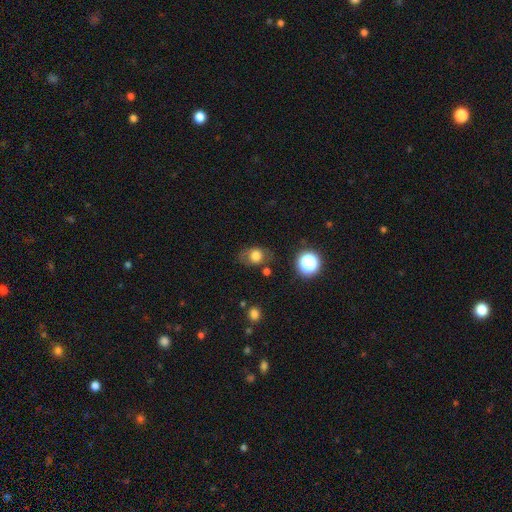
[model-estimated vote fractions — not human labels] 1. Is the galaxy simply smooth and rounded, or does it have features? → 73% smooth, 14% featured or disk, 13% star or artifact.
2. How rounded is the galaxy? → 52% round, 47% in between, 1% cigar-shaped.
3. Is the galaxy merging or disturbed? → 62% none, 23% minor disturbance, 11% major disturbance, 5% merger.